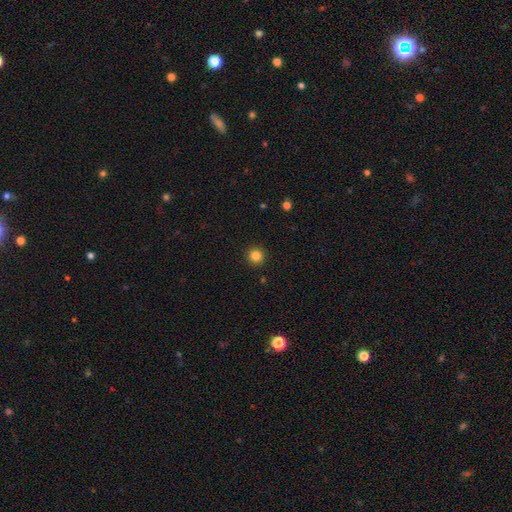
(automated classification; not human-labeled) Morphology: type=smooth (84%); roundness=round (94%); merging=none (92%).